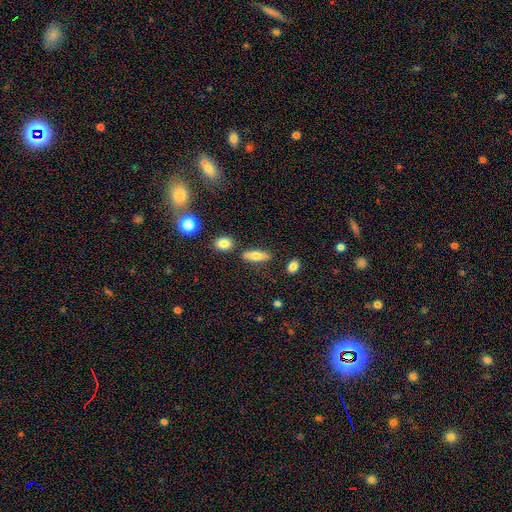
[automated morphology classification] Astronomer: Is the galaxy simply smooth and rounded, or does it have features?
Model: smooth — 65%.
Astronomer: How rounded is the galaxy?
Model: cigar-shaped — 56% (runner-up: in between, 40%).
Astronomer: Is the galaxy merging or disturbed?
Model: none — 82%.